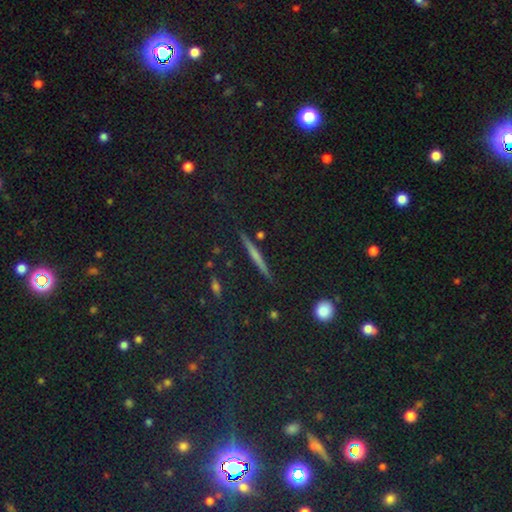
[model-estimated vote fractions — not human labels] smooth_or_featured: featured or disk (p=0.43) [alt: smooth p=0.38]
merging: none (p=0.90) [alt: minor disturbance p=0.07]